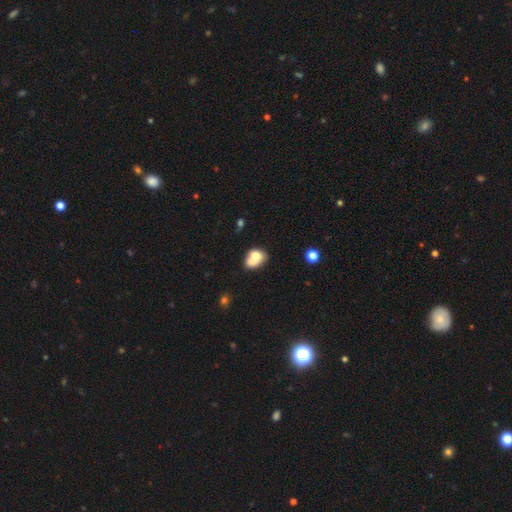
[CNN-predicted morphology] Overall: smooth (68%). How rounded: in between (59%; round 39%). Merging: merger (66%).